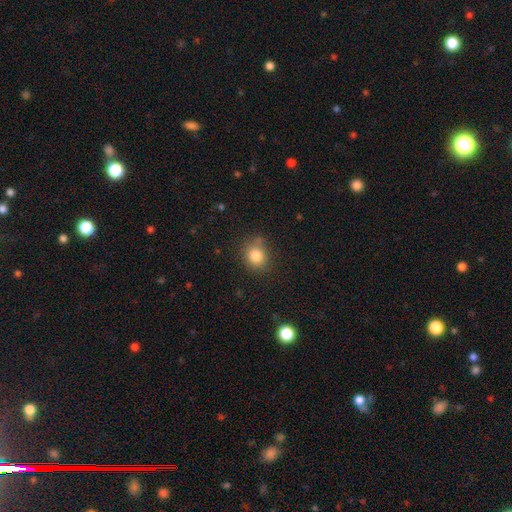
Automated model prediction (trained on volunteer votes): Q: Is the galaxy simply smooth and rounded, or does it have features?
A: smooth — 82%.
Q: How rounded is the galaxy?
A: round — 72%.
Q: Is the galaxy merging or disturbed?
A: none — 72%.